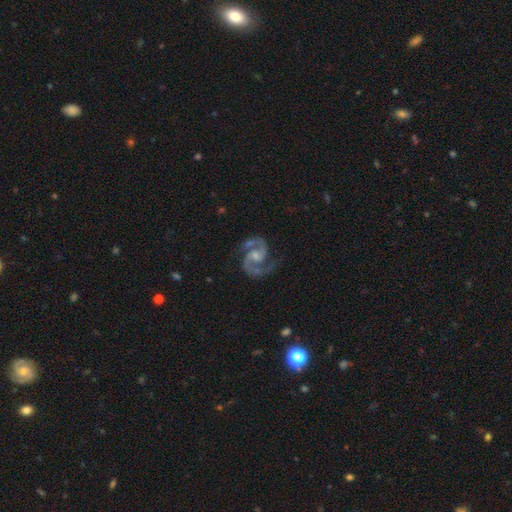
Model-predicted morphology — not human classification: Smooth or featured?
  - featured or disk: 94% *
  - star or artifact: 4%
  - smooth: 3%
Edge-on disk?
  - no: 98% *
  - yes: 2%
Bar?
  - no: 46% *
  - weak: 42%
  - strong: 12%
Spiral arms?
  - yes: 99% *
  - no: 1%
Spiral winding?
  - medium: 68% *
  - tight: 19%
  - loose: 13%
Spiral arm count?
  - 2: 94% *
  - 3: 1%
  - can't tell: 1%
  - 1: 1%
  - 4: 1%
  - more than 4: 1%
Bulge size?
  - small: 43% *
  - moderate: 41%
  - none: 12%
  - large: 3%
  - dominant: 1%
Merging?
  - none: 78% *
  - minor disturbance: 15%
  - major disturbance: 5%
  - merger: 2%